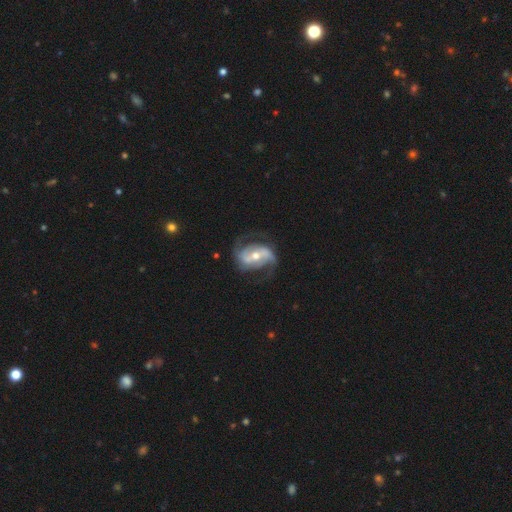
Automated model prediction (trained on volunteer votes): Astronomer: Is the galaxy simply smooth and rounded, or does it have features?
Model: featured or disk — 87%.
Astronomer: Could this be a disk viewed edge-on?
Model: no — 97%.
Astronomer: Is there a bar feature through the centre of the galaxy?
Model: strong — 44% (runner-up: weak, 35%).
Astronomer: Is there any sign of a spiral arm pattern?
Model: yes — 95%.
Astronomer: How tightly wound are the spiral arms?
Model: medium — 46% (runner-up: loose, 35%).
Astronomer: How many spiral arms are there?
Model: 2 — 86%.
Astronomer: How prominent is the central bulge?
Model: moderate — 61%.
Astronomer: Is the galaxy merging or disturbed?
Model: none — 70%.